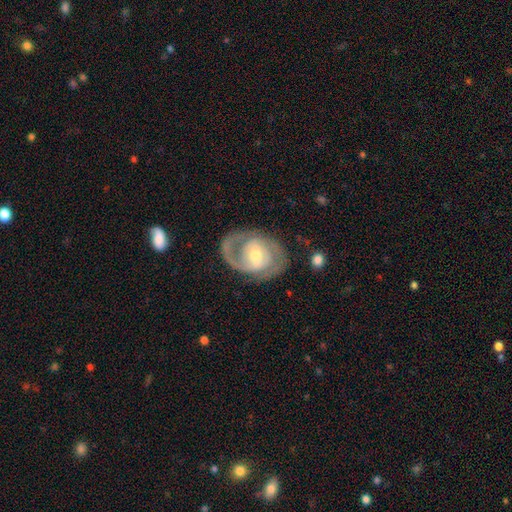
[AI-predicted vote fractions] Smooth or featured?
  - featured or disk: 84% *
  - smooth: 11%
  - star or artifact: 4%
Edge-on disk?
  - no: 97% *
  - yes: 3%
Bar?
  - weak: 50% *
  - strong: 25%
  - no: 25%
Spiral arms?
  - yes: 91% *
  - no: 9%
Spiral winding?
  - medium: 44% *
  - tight: 43%
  - loose: 13%
Spiral arm count?
  - 2: 72% *
  - can't tell: 11%
  - 1: 10%
  - 3: 4%
  - 4: 1%
  - more than 4: 1%
Bulge size?
  - moderate: 53% *
  - small: 40%
  - large: 5%
  - none: 1%
  - dominant: 1%
Merging?
  - none: 69% *
  - minor disturbance: 17%
  - major disturbance: 12%
  - merger: 2%